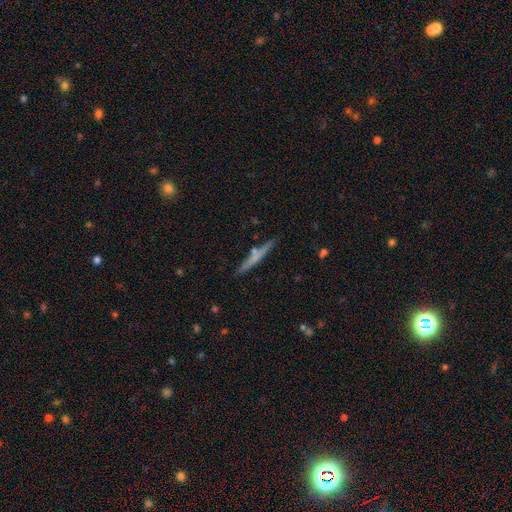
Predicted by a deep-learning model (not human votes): A smooth galaxy with no disk features (54%) that is cigar-shaped (95%).

Vote fractions:
- Smooth or featured? smooth: 54% / featured or disk: 40% / star or artifact: 6%
- How rounded? cigar-shaped: 95% / in between: 4% / round: 2%
- Merging? none: 82% / minor disturbance: 10% / merger: 6% / major disturbance: 2%